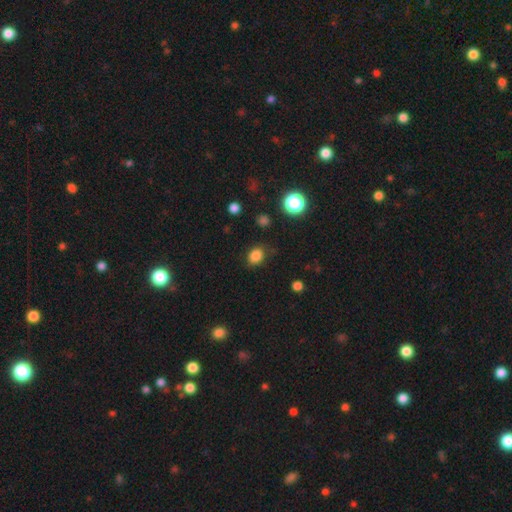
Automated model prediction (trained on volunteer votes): Overall: smooth (84%). How rounded: round (51%; in between 48%). Merging: none (80%).